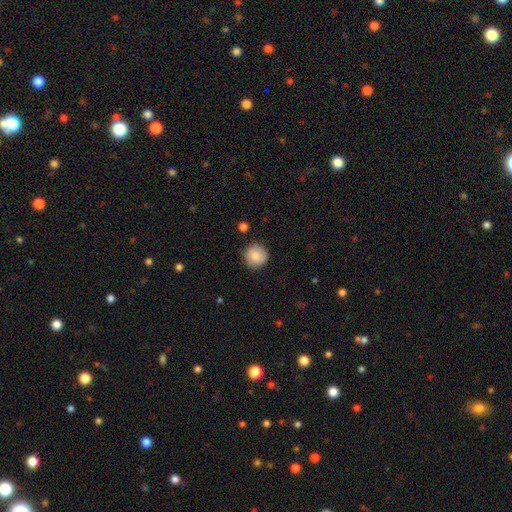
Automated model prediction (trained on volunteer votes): Overall: smooth (84%). How rounded: round (94%). Merging: none (88%).